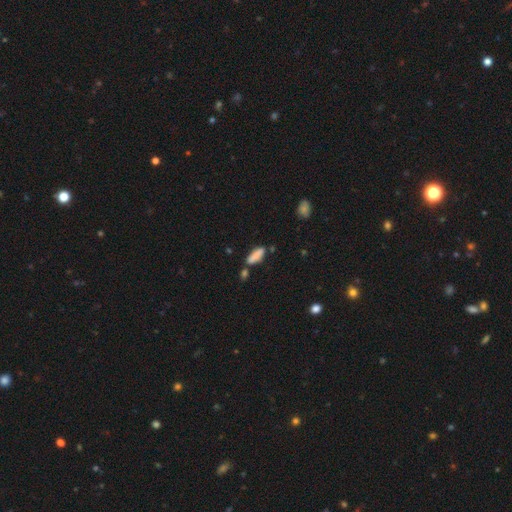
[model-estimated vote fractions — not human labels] Morphology: type=smooth (85%); roundness=in between (55%); merging=none (67%).